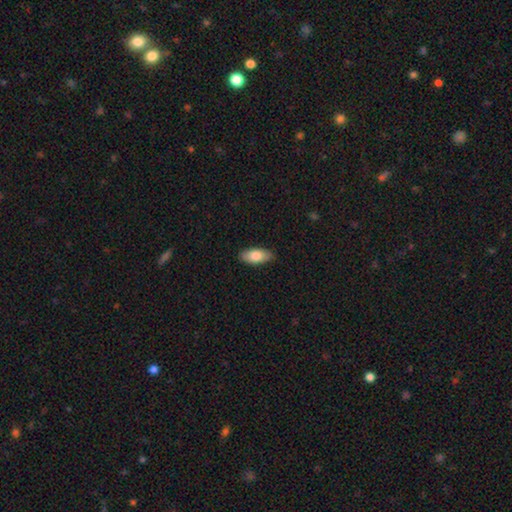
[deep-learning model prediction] smooth 81%, featured or disk 13%, star or artifact 6%. Down the decision tree: how rounded — in between (88%); merging — none (87%).